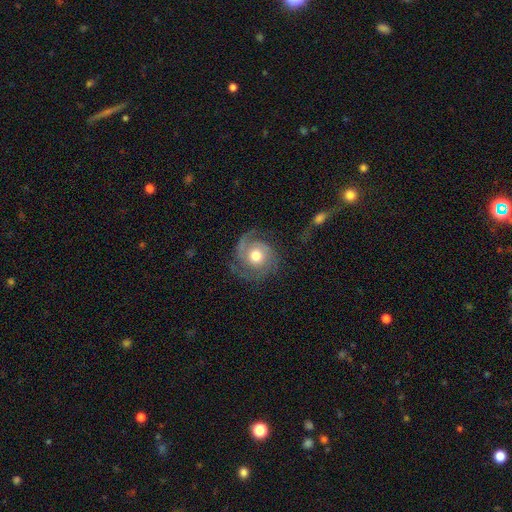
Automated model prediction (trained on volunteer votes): Morphology: type=featured or disk (74%); edge-on=no (98%); bar=no (79%); spiral arms=yes (93%); winding=tight (42%); arm count=2 (55%); bulge=moderate (73%); merging=none (67%).